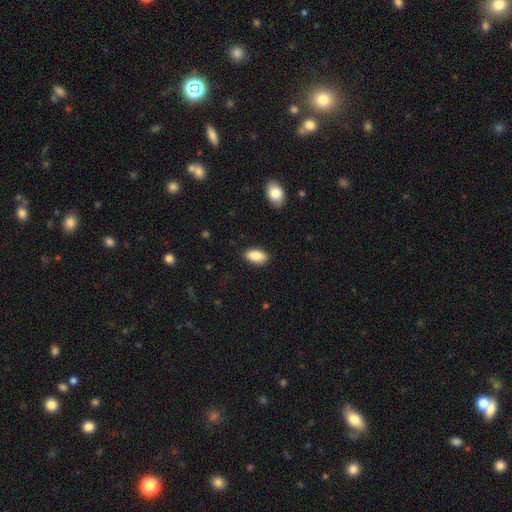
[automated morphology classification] A smooth galaxy with no disk features (86%) that is in between round and cigar-shaped (92%).

Vote fractions:
- Smooth or featured? smooth: 86% / featured or disk: 7% / star or artifact: 7%
- How rounded? in between: 92% / cigar-shaped: 4% / round: 3%
- Merging? none: 87% / minor disturbance: 9% / major disturbance: 2% / merger: 1%